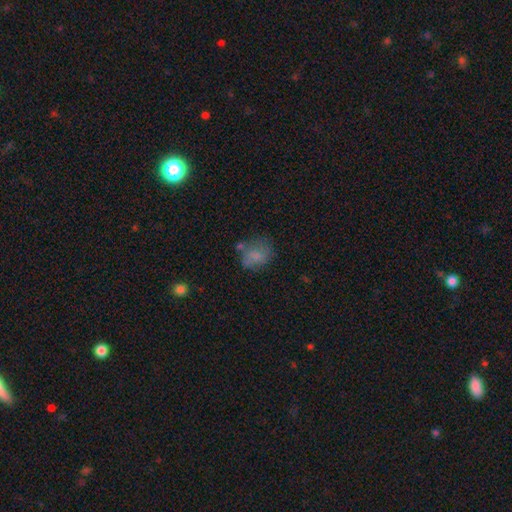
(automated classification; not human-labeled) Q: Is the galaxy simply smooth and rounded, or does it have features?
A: smooth — 70%.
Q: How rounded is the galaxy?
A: round — 52%.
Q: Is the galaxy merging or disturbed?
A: none — 49%.